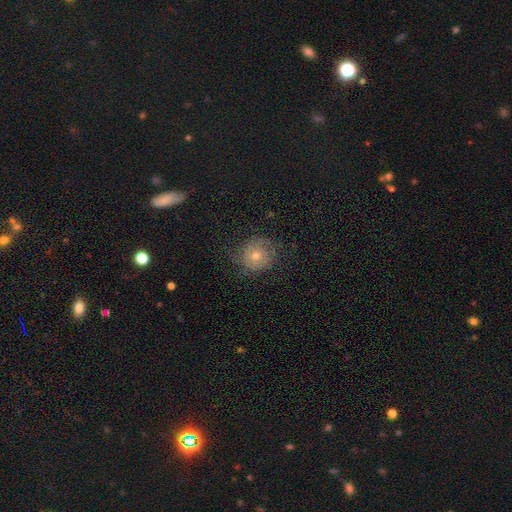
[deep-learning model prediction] Morphology: type=featured or disk (46%); merging=none (65%).